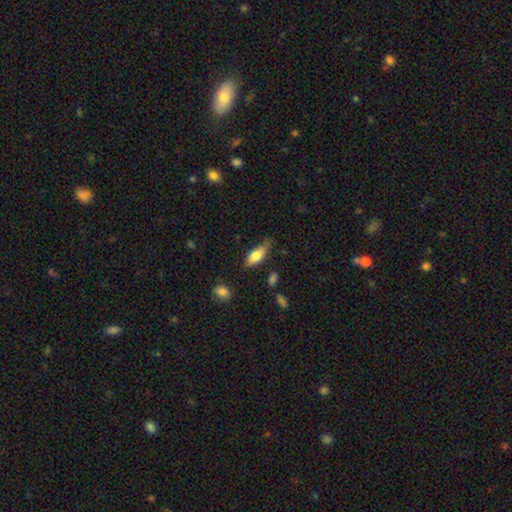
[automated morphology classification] A smooth galaxy with no disk features (74%) that is in between round and cigar-shaped (70%).

Vote fractions:
- Smooth or featured? smooth: 74% / featured or disk: 20% / star or artifact: 6%
- How rounded? in between: 70% / cigar-shaped: 28% / round: 2%
- Merging? none: 57% / minor disturbance: 33% / major disturbance: 8% / merger: 3%